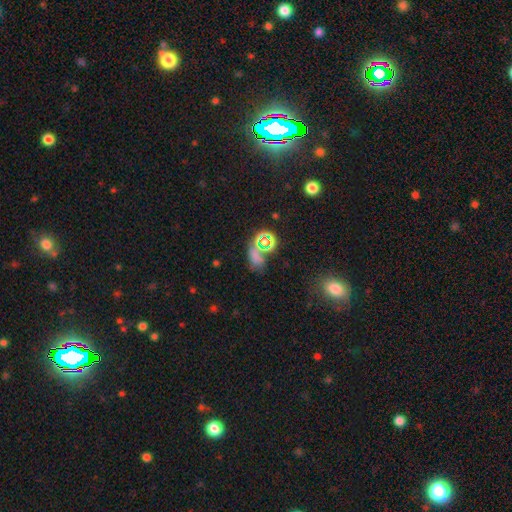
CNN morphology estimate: The model was most divided on "smooth or featured": star or artifact: 46%, smooth: 44%, featured or disk: 11%.